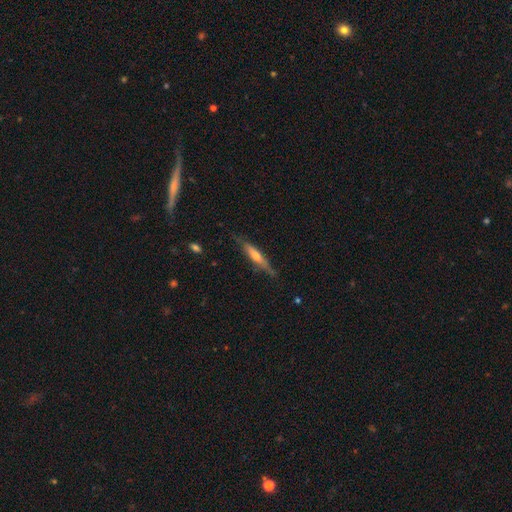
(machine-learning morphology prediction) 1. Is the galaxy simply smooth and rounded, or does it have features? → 57% featured or disk, 37% smooth, 6% star or artifact.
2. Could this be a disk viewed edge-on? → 91% yes, 9% no.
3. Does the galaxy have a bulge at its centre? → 77% rounded, 15% none, 8% boxy.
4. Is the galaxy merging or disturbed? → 75% none, 19% minor disturbance, 4% major disturbance, 2% merger.